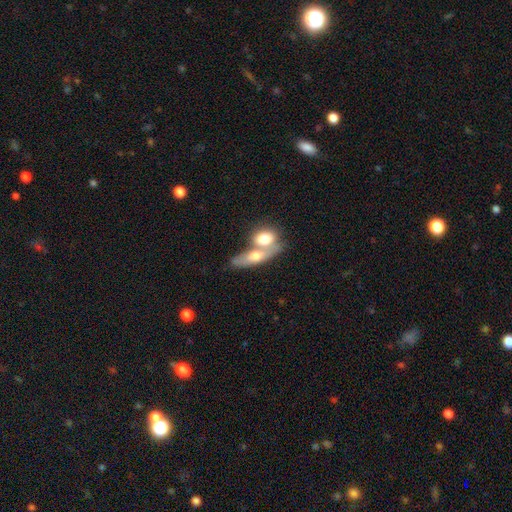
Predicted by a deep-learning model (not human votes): This is likely a smooth galaxy (64%). How rounded: likely in between (63%). Merging: likely merger (66%).